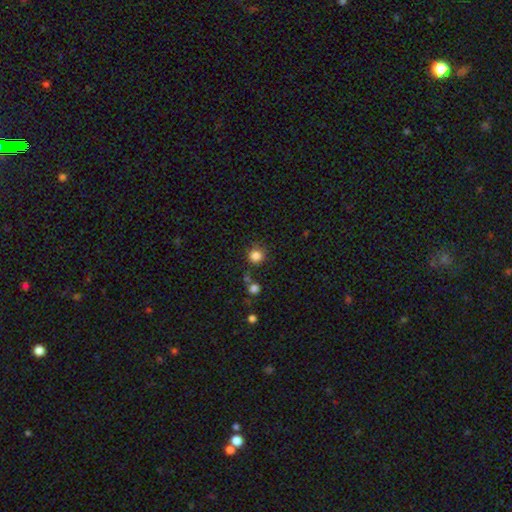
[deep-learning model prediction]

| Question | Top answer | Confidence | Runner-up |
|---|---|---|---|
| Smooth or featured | smooth | 84% | star or artifact (12%) |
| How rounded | round | 92% | in between (7%) |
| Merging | none | 79% | minor disturbance (10%) |